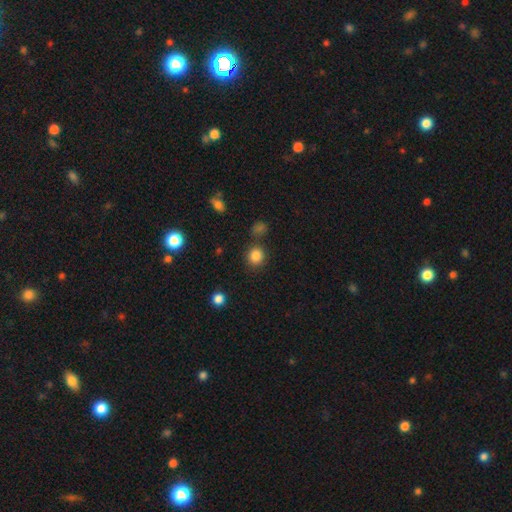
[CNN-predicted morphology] Q: Smooth or featured?
A: smooth (83%); runner-up: star or artifact (12%)
Q: How rounded?
A: round (88%); runner-up: in between (12%)
Q: Merging?
A: none (81%); runner-up: minor disturbance (9%)